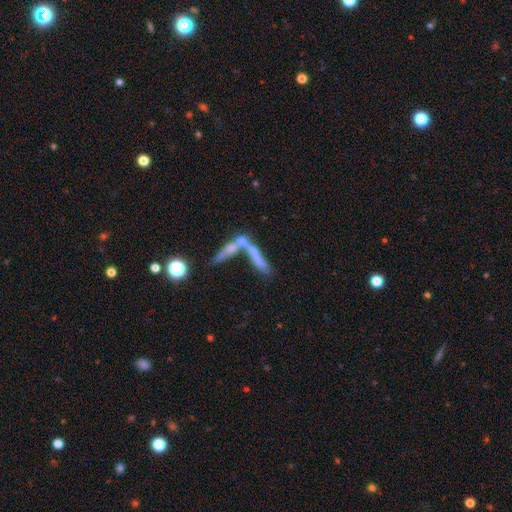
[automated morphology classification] Overall: smooth (46%; featured or disk 42%). Merging: merger (61%).